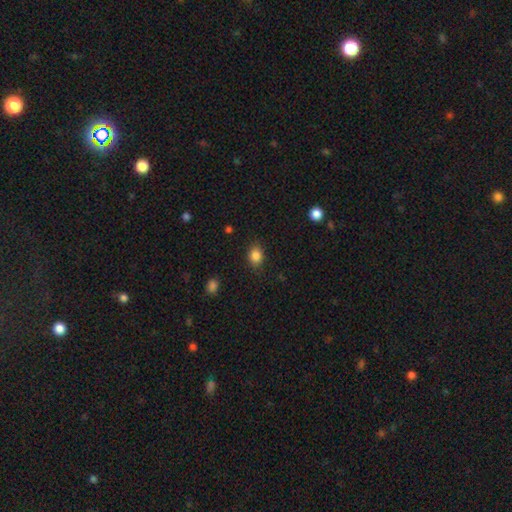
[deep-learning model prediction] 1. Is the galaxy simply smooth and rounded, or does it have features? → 85% smooth, 10% star or artifact, 5% featured or disk.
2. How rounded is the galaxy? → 57% in between, 42% round, 1% cigar-shaped.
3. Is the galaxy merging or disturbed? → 83% none, 13% minor disturbance, 3% major disturbance, 1% merger.